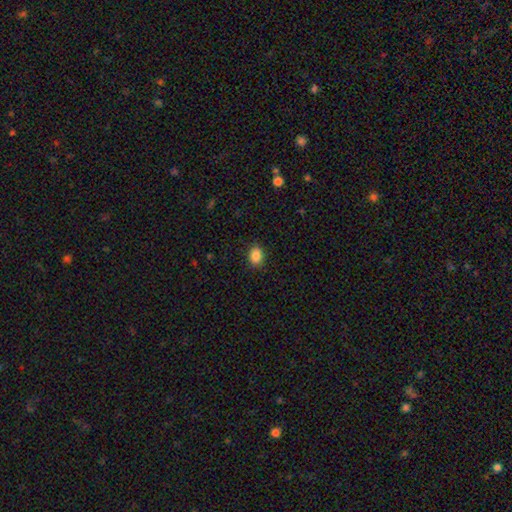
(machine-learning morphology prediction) This appears to be a smooth galaxy with no disk features (87%) that is in between round and cigar-shaped (67%). Merging: none (88%).